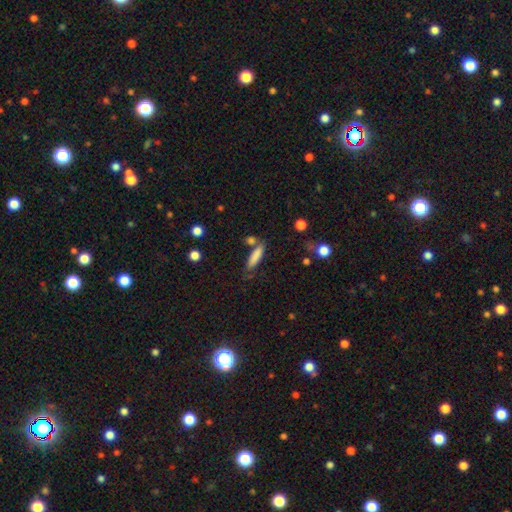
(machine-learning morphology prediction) Overall: smooth (82%). How rounded: cigar-shaped (70%). Merging: none (67%).